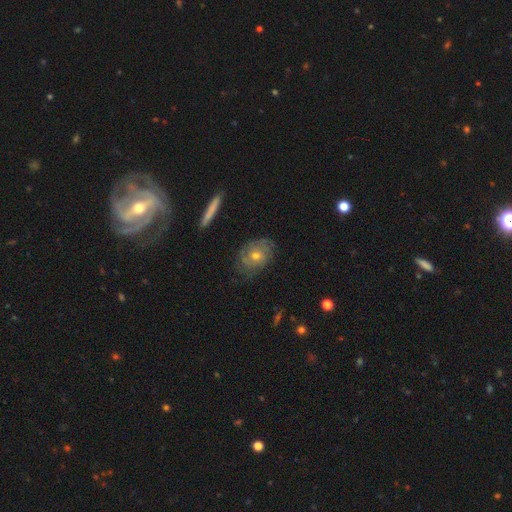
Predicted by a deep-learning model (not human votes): Smooth or featured? Predicted: featured or disk (p=0.64). Edge-on disk? Predicted: no (p=0.93). Bar? Predicted: no (p=0.75). Spiral arms? Predicted: yes (p=0.80). Bulge size? Predicted: moderate (p=0.56). Merging? Predicted: none (p=0.71).